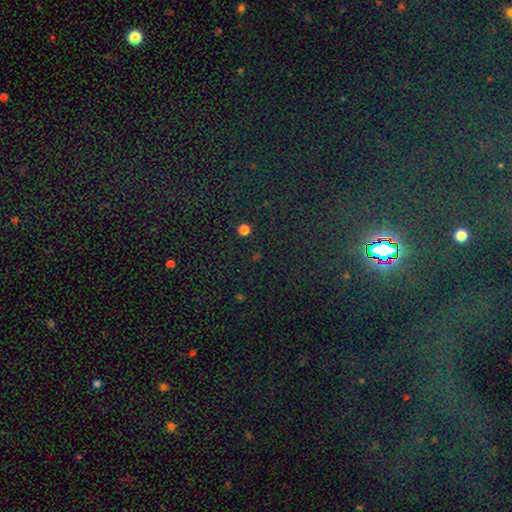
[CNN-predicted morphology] smooth-or-featured: star or artifact: 81% | smooth: 11% | featured or disk: 8%